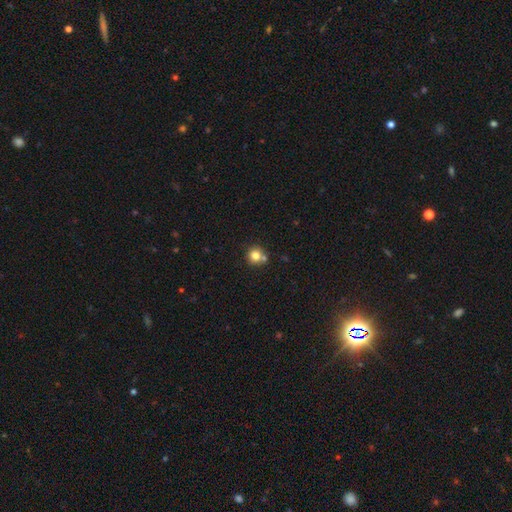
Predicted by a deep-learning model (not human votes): smooth-or-featured: smooth: 80% | star or artifact: 12% | featured or disk: 9%
  how-rounded: round: 92% | in between: 7% | cigar-shaped: 1%
  merging: none: 67% | merger: 22% | minor disturbance: 9% | major disturbance: 3%